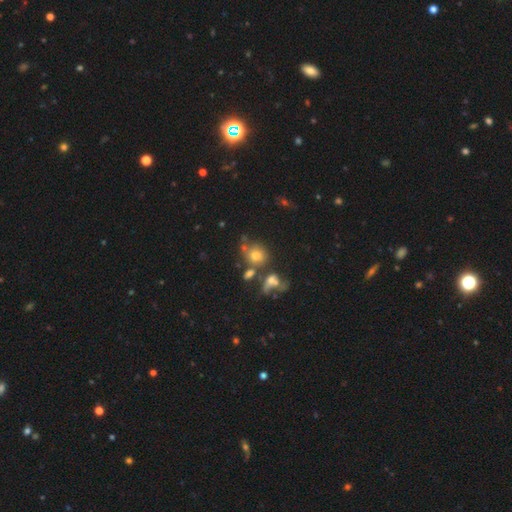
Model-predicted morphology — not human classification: smooth 66%, featured or disk 18%, star or artifact 16%. Down the decision tree: how rounded — round (72%); merging — none (42%).